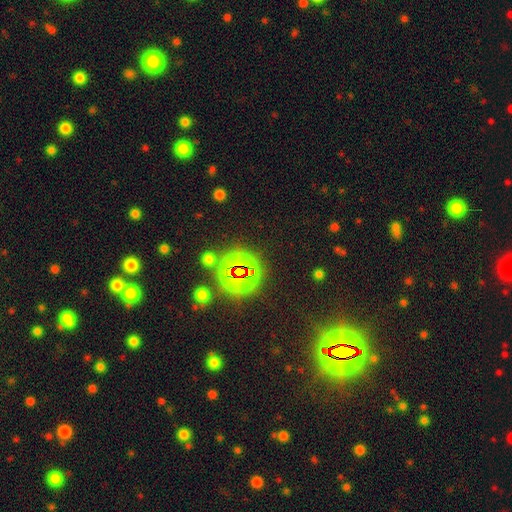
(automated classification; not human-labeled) A star or artifact, not a galaxy (80%).